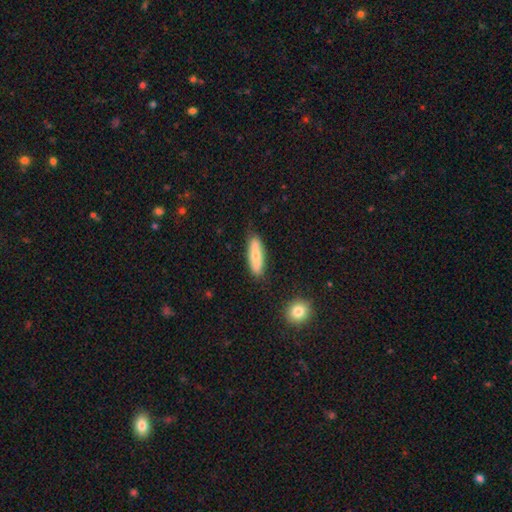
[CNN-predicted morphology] A smooth galaxy with no disk features (68%) that is cigar-shaped (58%). Merging: none (80%).